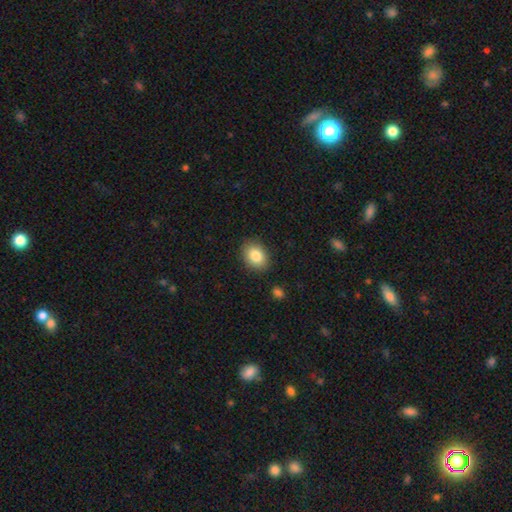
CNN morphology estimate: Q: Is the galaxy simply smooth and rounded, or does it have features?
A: smooth — 84%.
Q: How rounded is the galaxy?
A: in between — 71%.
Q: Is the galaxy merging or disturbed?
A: none — 87%.